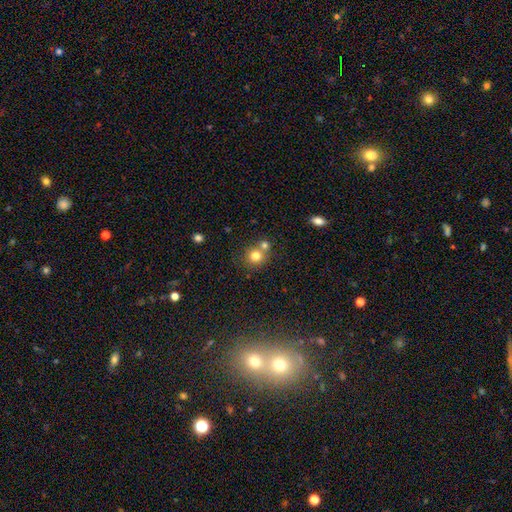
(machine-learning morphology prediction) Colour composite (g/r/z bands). It shows a smooth galaxy with no disk features (78%) that is round (87%). Merging: none (54%).